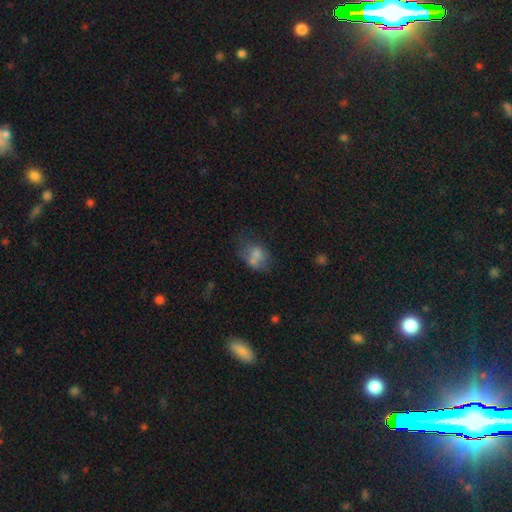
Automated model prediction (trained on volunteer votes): A smooth galaxy with no disk features (63%) that is in between round and cigar-shaped (71%). Merging: merger (33%).